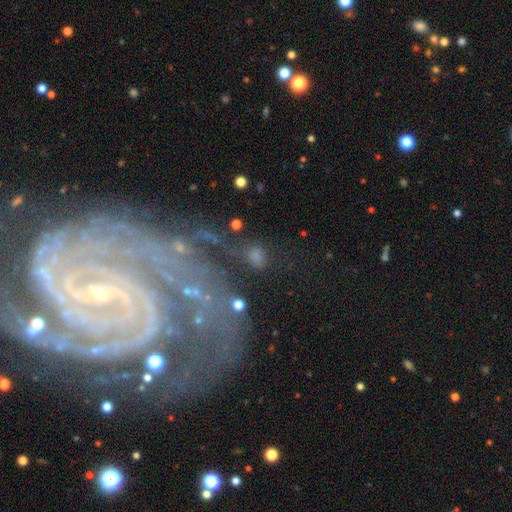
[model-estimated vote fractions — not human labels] A smooth galaxy with no disk features (59%) that is round (55%).

Vote fractions:
- Smooth or featured? smooth: 59% / featured or disk: 21% / star or artifact: 19%
- How rounded? round: 55% / in between: 42% / cigar-shaped: 3%
- Merging? none: 54% / minor disturbance: 18% / major disturbance: 17% / merger: 11%